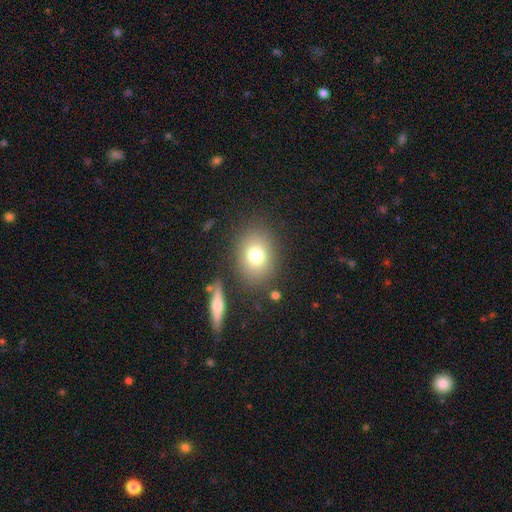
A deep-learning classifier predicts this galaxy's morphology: smooth-or-featured: smooth: 76% | featured or disk: 13% | star or artifact: 11%
  how-rounded: in between: 51% | round: 47% | cigar-shaped: 1%
  merging: none: 81% | minor disturbance: 10% | merger: 5% | major disturbance: 4%